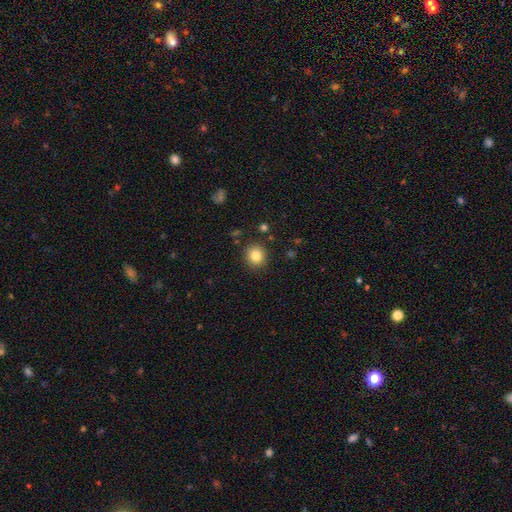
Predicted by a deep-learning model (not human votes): smooth-or-featured: smooth: 83% | star or artifact: 11% | featured or disk: 6%
  how-rounded: round: 87% | in between: 13% | cigar-shaped: 1%
  merging: none: 88% | minor disturbance: 7% | major disturbance: 2% | merger: 2%